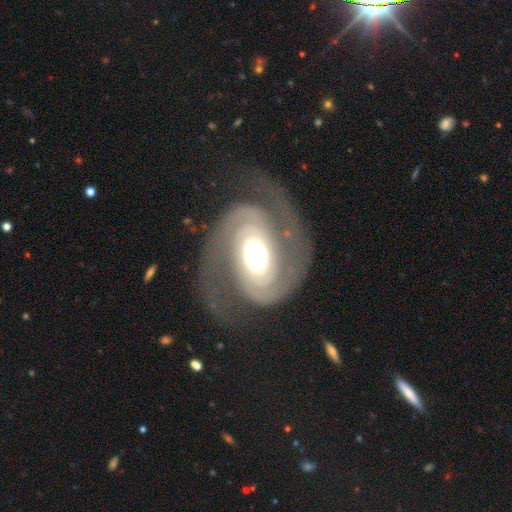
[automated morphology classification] A featured or disk galaxy (88%) with no bar (68%), 2 (79%) tight (53%) spiral arms (95%) and a moderate central bulge (42%).

Vote fractions:
- Smooth or featured? featured or disk: 88% / smooth: 7% / star or artifact: 5%
- Edge-on disk? no: 97% / yes: 3%
- Bar? no: 68% / weak: 19% / strong: 13%
- Spiral arms? yes: 95% / no: 5%
- Spiral winding? tight: 53% / medium: 35% / loose: 13%
- Spiral arm count? 2: 79% / can't tell: 7% / 3: 5% / 1: 4% / 4: 3% / more than 4: 3%
- Bulge size? moderate: 42% / large: 39% / dominant: 11% / small: 6% / none: 1%
- Merging? none: 66% / major disturbance: 18% / minor disturbance: 14% / merger: 2%